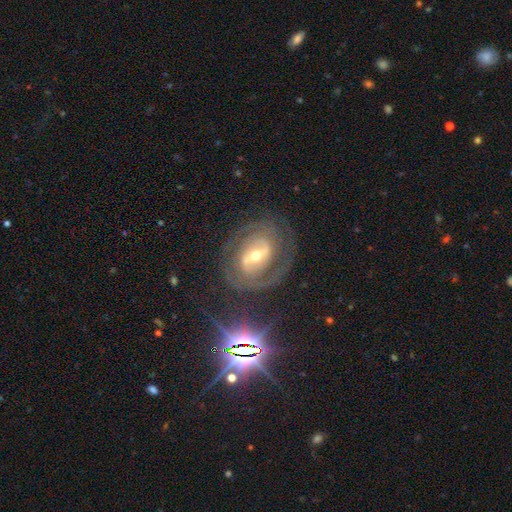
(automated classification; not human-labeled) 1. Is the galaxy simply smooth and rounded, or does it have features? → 83% featured or disk, 10% smooth, 7% star or artifact.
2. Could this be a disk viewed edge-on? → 95% no, 5% yes.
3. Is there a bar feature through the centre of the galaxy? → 49% strong, 36% weak, 15% no.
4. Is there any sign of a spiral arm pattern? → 86% yes, 14% no.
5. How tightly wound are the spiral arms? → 49% tight, 38% medium, 13% loose.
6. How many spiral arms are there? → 63% 2, 19% can't tell, 8% 3, 5% 1, 3% 4, 2% more than 4.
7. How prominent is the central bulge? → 62% moderate, 31% small, 4% large, 1% dominant, 1% none.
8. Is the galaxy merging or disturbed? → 70% none, 15% minor disturbance, 11% major disturbance, 4% merger.